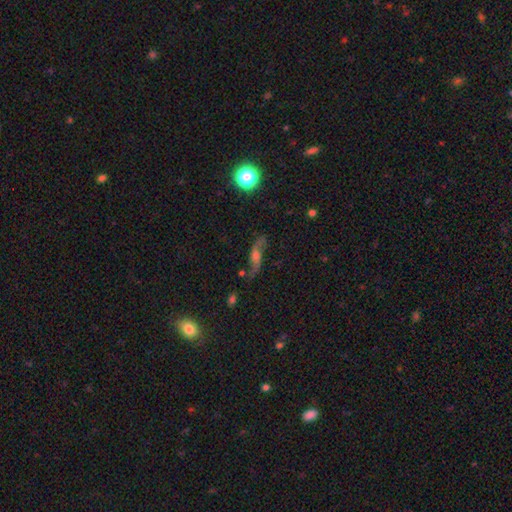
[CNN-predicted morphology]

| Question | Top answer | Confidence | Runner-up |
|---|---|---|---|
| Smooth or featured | featured or disk | 74% | smooth (15%) |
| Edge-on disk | no | 82% | yes (18%) |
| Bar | no | 54% | weak (35%) |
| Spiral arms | yes | 93% | no (7%) |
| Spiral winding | loose | 85% | medium (12%) |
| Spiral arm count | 2 | 92% | can't tell (3%) |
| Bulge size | moderate | 38% | small (26%) |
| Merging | none | 70% | minor disturbance (17%) |